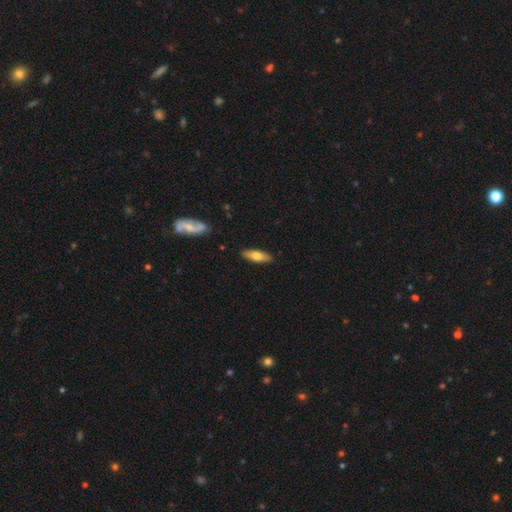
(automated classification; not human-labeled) smooth_or_featured: smooth (p=0.61) [alt: featured or disk p=0.33]
how_rounded: in between (p=0.50) [alt: cigar-shaped p=0.47]
merging: none (p=0.88) [alt: minor disturbance p=0.09]